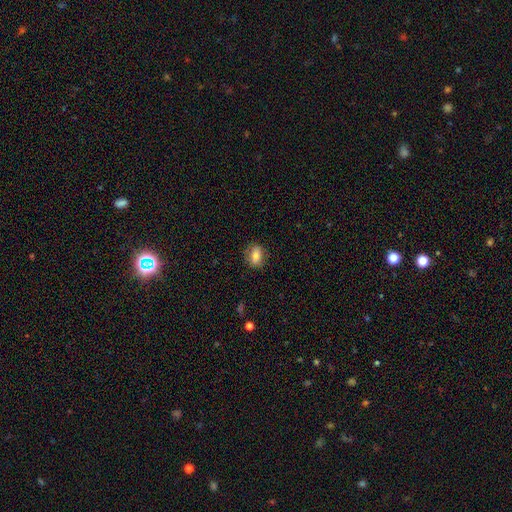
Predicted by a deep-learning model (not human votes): Overall: smooth (79%). How rounded: in between (78%). Merging: none (80%).